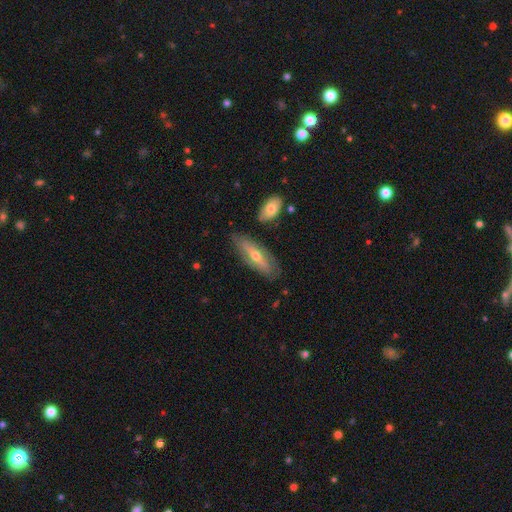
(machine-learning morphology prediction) smooth_or_featured: featured or disk (p=0.60) [alt: smooth p=0.33]
disk_edge_on: no (p=0.55) [alt: yes p=0.45]
merging: none (p=0.78) [alt: minor disturbance p=0.15]